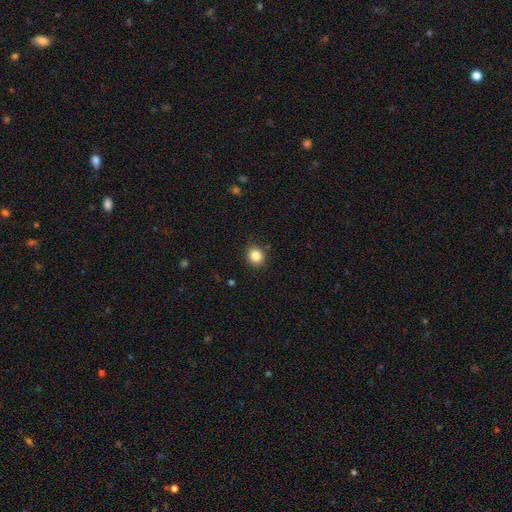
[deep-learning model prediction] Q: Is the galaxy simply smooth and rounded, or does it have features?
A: smooth — 84%.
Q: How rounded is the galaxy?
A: round — 85%.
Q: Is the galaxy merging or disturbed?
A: none — 89%.